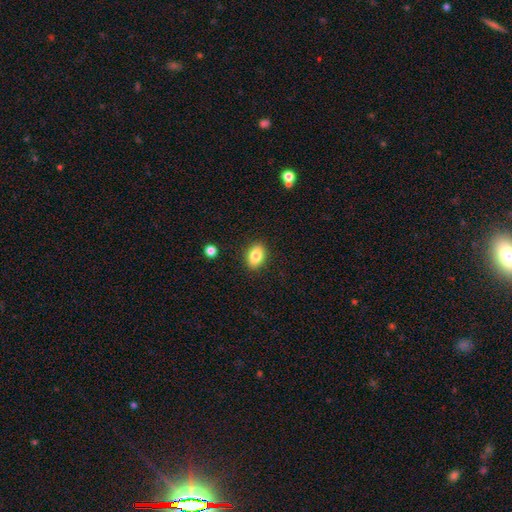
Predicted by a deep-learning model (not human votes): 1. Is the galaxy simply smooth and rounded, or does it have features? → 82% smooth, 9% featured or disk, 8% star or artifact.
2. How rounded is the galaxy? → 82% in between, 16% round, 2% cigar-shaped.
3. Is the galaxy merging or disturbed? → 88% none, 8% minor disturbance, 2% major disturbance, 1% merger.